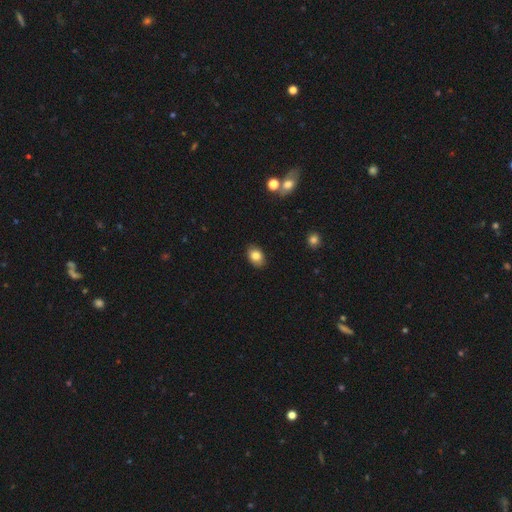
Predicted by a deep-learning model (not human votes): Smooth or featured: smooth — 84% (star or artifact — 9%)
How rounded: in between — 76% (round — 23%)
Merging: none — 88% (minor disturbance — 9%)